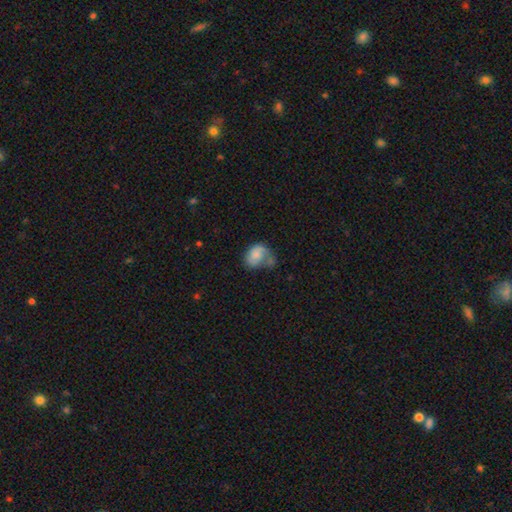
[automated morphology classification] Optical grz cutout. It shows a smooth galaxy with no disk features (62%) that is in between round and cigar-shaped (65%). Merging: major disturbance (30%, tied with none).